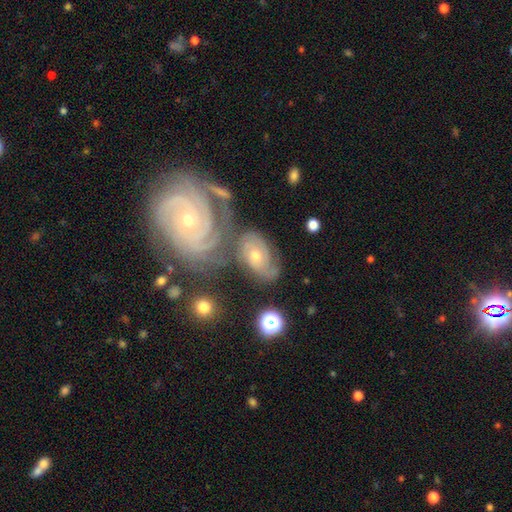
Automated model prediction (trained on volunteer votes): A featured or disk galaxy (80%) with no bar (74%), 3 (29%) tight (71%) spiral arms (96%) and a small central bulge (52%).

Vote fractions:
- Smooth or featured? featured or disk: 80% / smooth: 12% / star or artifact: 8%
- Edge-on disk? no: 96% / yes: 4%
- Bar? no: 74% / weak: 20% / strong: 6%
- Spiral arms? yes: 96% / no: 4%
- Spiral winding? tight: 71% / medium: 24% / loose: 5%
- Spiral arm count? 3: 29% / can't tell: 27% / 2: 21% / 4: 13% / more than 4: 5% / 1: 5%
- Bulge size? small: 52% / moderate: 44% / large: 2% / none: 1% / dominant: 1%
- Merging? none: 49% / merger: 22% / minor disturbance: 19% / major disturbance: 10%